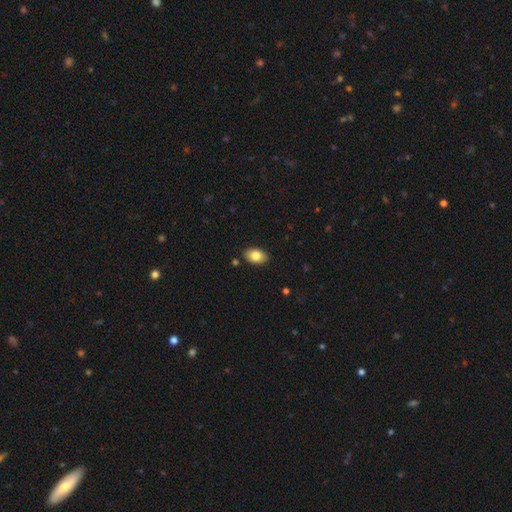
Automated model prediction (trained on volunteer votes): Q: Smooth or featured?
A: smooth (82%); runner-up: featured or disk (11%)
Q: How rounded?
A: in between (89%); runner-up: round (9%)
Q: Merging?
A: none (87%); runner-up: minor disturbance (9%)